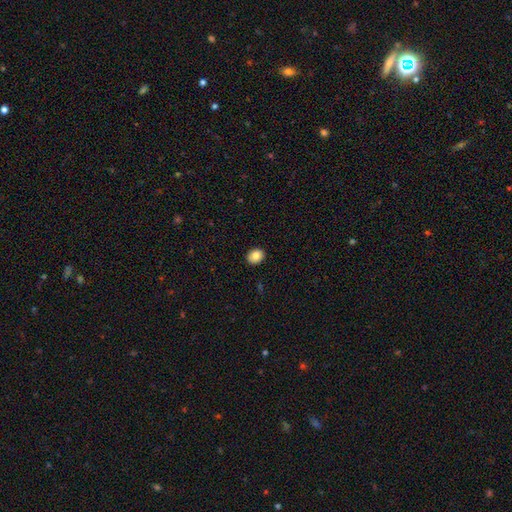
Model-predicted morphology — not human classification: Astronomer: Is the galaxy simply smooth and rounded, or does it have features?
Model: smooth — 84%.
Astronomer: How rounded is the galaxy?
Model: round — 52% (runner-up: in between, 48%).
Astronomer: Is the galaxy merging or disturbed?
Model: none — 91%.